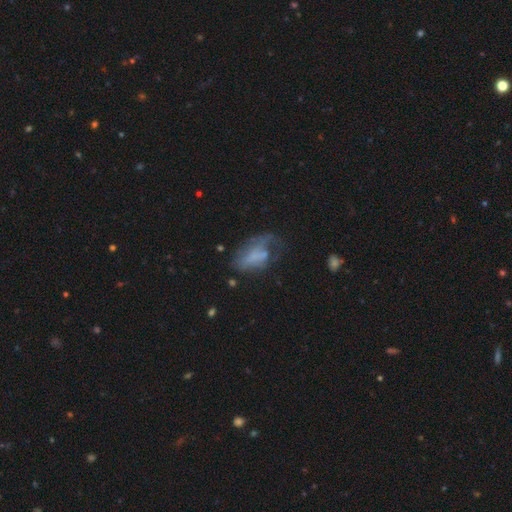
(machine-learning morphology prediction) Smooth or featured? Predicted: smooth (p=0.46). Merging? Predicted: major disturbance (p=0.41).